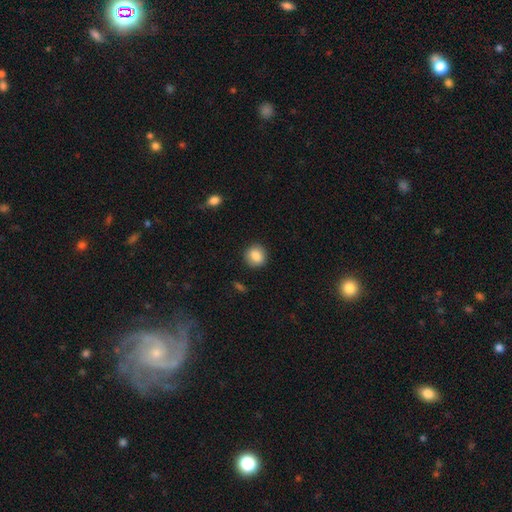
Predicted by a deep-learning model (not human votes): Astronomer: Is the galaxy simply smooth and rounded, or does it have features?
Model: smooth — 86%.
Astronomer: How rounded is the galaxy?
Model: round — 82%.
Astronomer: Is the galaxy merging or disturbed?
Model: none — 89%.